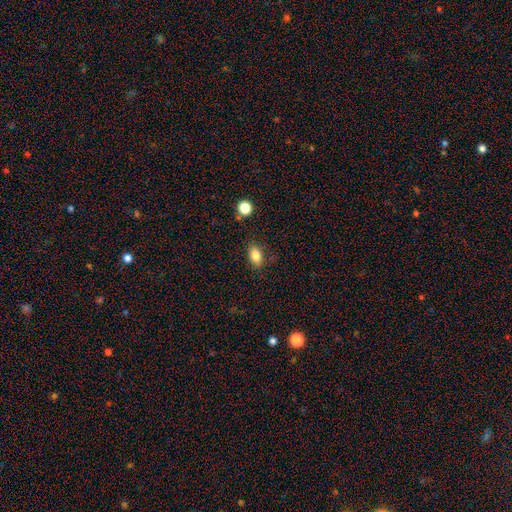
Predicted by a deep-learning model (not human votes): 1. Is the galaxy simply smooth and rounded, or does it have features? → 84% smooth, 10% star or artifact, 7% featured or disk.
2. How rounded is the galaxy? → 86% in between, 11% round, 3% cigar-shaped.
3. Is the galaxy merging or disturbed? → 84% none, 11% minor disturbance, 3% major disturbance, 2% merger.